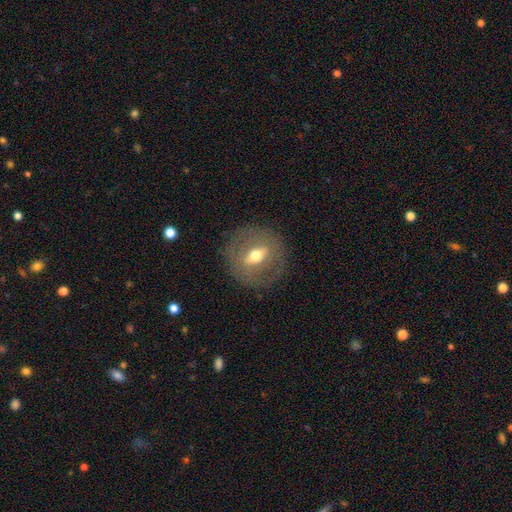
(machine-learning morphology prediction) Smooth or featured?
  - featured or disk: 59% *
  - smooth: 32%
  - star or artifact: 8%
Edge-on disk?
  - no: 73% *
  - yes: 27%
Merging?
  - none: 84% *
  - minor disturbance: 9%
  - major disturbance: 5%
  - merger: 1%